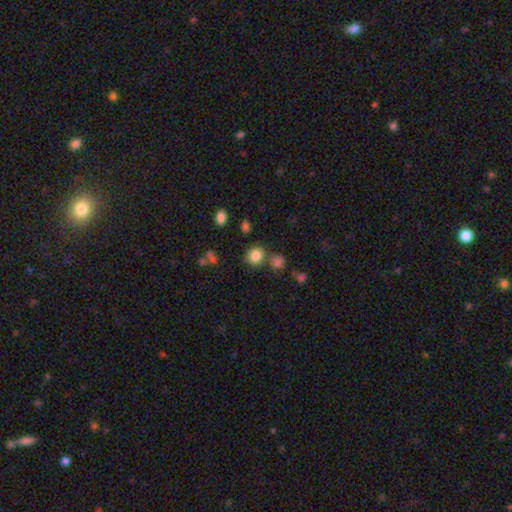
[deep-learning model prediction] smooth-or-featured: smooth: 82% | star or artifact: 12% | featured or disk: 6%
  how-rounded: round: 82% | in between: 17% | cigar-shaped: 1%
  merging: none: 72% | merger: 13% | minor disturbance: 11% | major disturbance: 4%